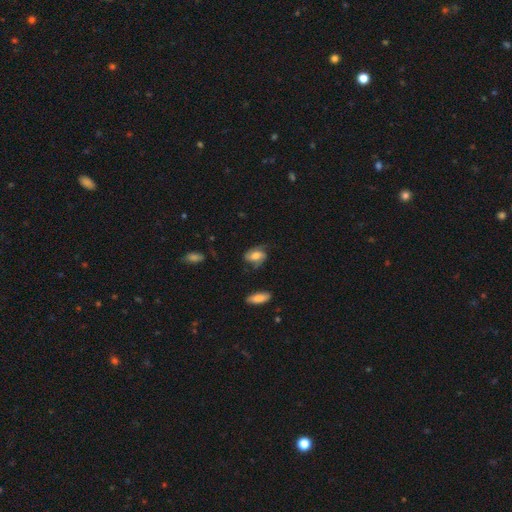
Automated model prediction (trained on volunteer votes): This is possibly a featured or disk galaxy (57%). It is clearly not viewed edge-on (95%). Bar: possibly no (49%). Spiral arm pattern: clearly yes (88%). Central bulge: possibly moderate (52%). Merging: likely none (61%).